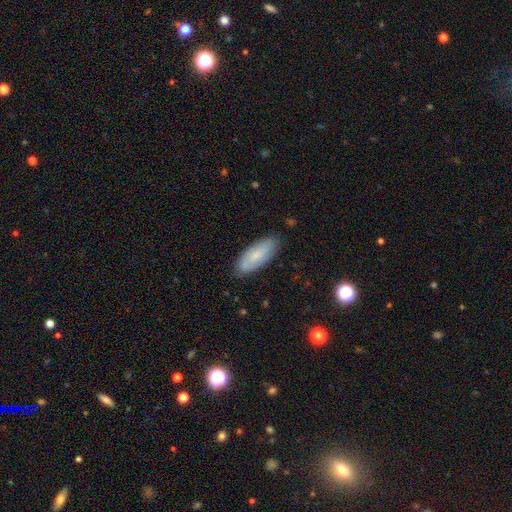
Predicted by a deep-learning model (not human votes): A smooth galaxy with no disk features (70%) that is in between round and cigar-shaped (74%). Merging: none (82%).